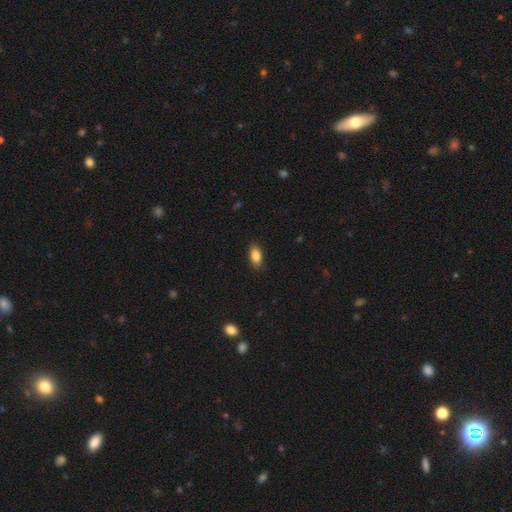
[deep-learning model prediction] smooth_or_featured: smooth (p=0.85) [alt: featured or disk p=0.08]
how_rounded: in between (p=0.89) [alt: cigar-shaped p=0.06]
merging: none (p=0.86) [alt: minor disturbance p=0.11]